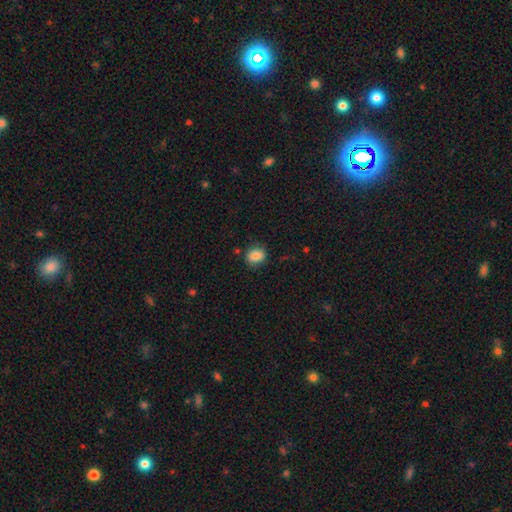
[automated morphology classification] Smooth or featured: smooth — 84% (star or artifact — 9%)
How rounded: round — 58% (in between — 41%)
Merging: none — 78% (minor disturbance — 16%)